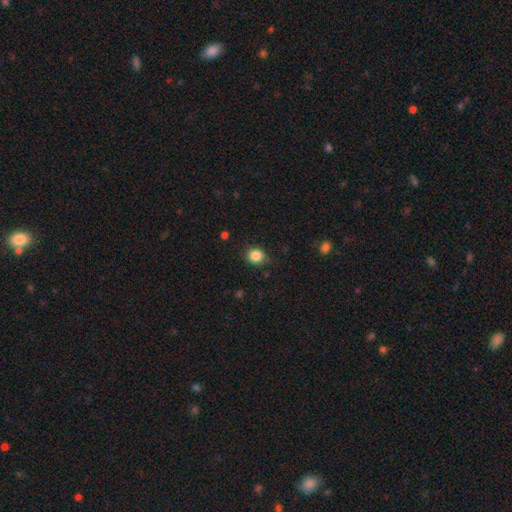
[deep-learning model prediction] This is clearly a smooth galaxy (85%). How rounded: likely round (79%). Merging: clearly none (82%).